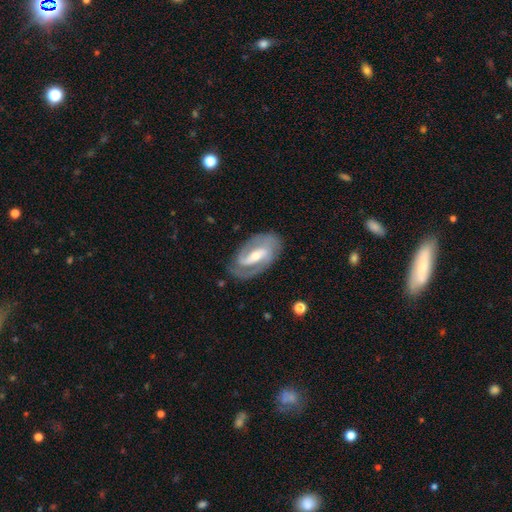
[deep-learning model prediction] Smooth or featured? featured or disk (86%)
Edge-on disk? no (95%)
Bar? strong (48%)
Spiral arms? yes (94%)
Spiral winding? medium (44%)
Spiral arm count? 2 (82%)
Bulge size? moderate (49%)
Merging? none (79%)